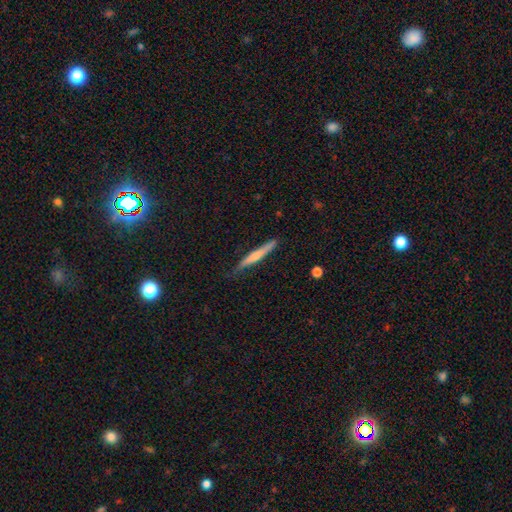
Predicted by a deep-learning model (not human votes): smooth_or_featured: featured or disk (p=0.57) [alt: smooth p=0.35]
disk_edge_on: yes (p=0.96) [alt: no p=0.04]
edge_on_bulge: rounded (p=0.67) [alt: none p=0.25]
merging: none (p=0.84) [alt: minor disturbance p=0.12]